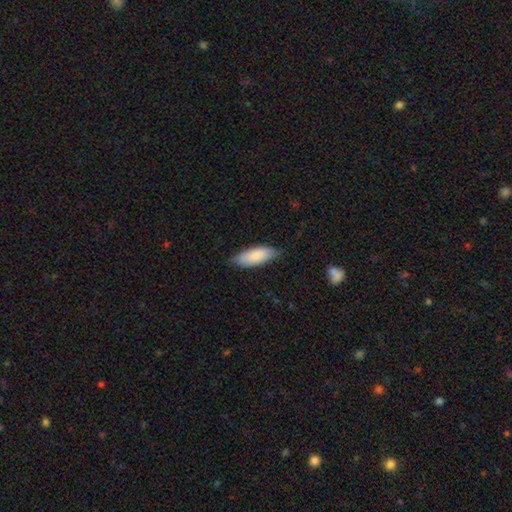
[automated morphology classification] Smooth or featured? Predicted: smooth (p=0.85). How rounded? Predicted: in between (p=0.76). Merging? Predicted: none (p=0.76).